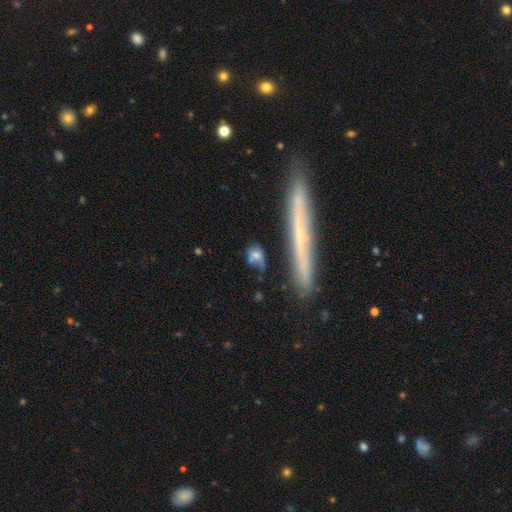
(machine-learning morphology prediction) type=smooth (65%); roundness=in between (46%); merging=none (55%).